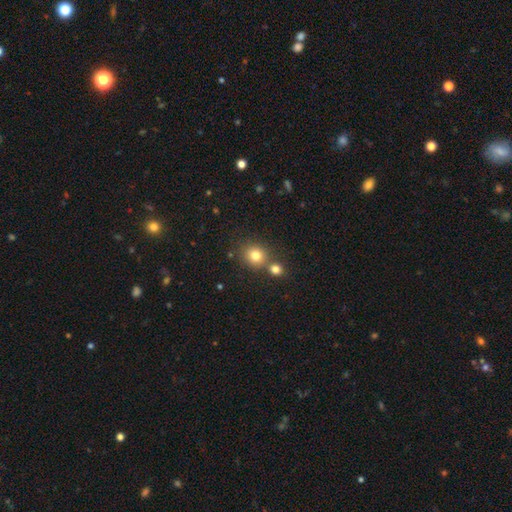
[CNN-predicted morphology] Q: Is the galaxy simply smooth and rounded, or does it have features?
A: smooth — 79%.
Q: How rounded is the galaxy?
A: round — 85%.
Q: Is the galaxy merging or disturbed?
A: none — 64%.